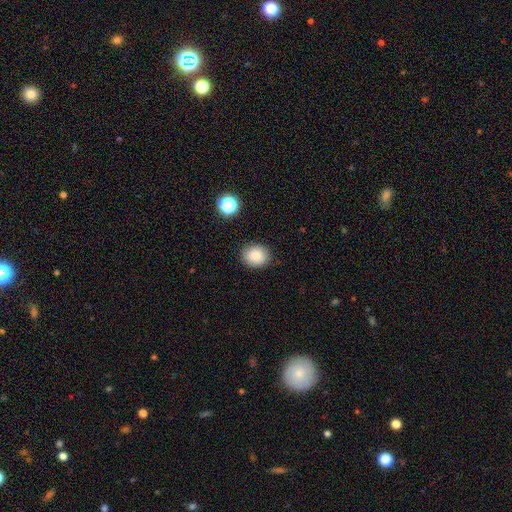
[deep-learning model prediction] This is clearly a smooth galaxy (83%). How rounded: likely round (67%). Merging: clearly none (86%).